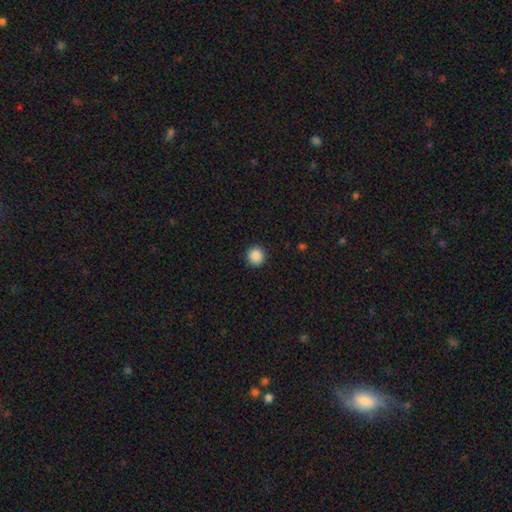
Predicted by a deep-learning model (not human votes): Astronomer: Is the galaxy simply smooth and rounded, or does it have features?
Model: smooth — 88%.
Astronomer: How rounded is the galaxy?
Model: round — 94%.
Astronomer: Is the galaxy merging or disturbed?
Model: none — 92%.